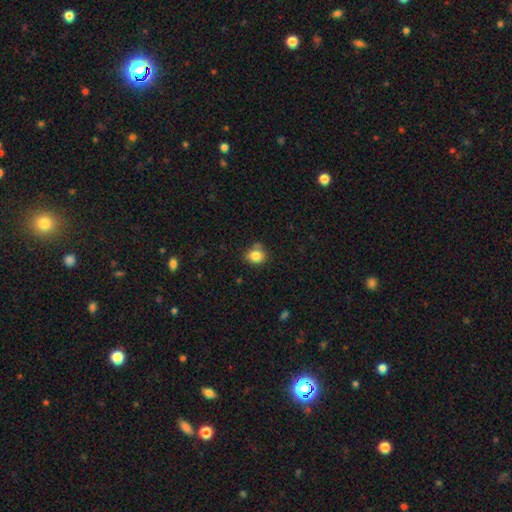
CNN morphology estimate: Q: Smooth or featured?
A: smooth (84%); runner-up: star or artifact (10%)
Q: How rounded?
A: round (65%); runner-up: in between (35%)
Q: Merging?
A: none (68%); runner-up: minor disturbance (20%)